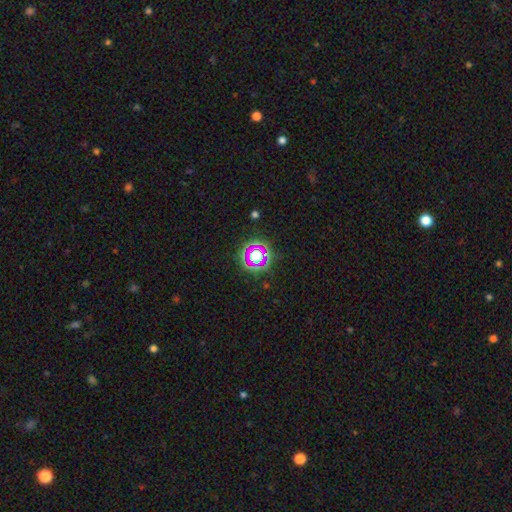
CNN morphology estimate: A star or artifact, not a galaxy (60%).